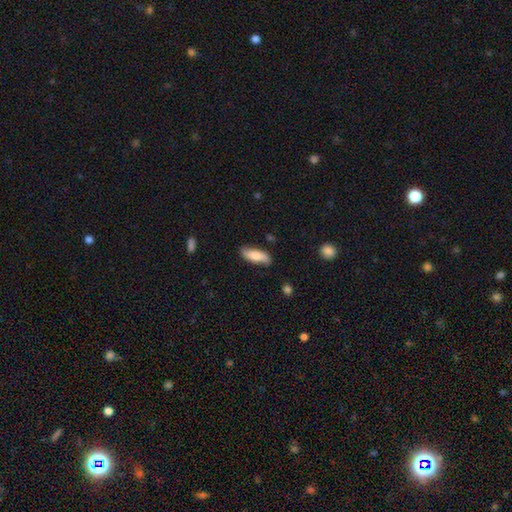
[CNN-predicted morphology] Overall: smooth (71%). How rounded: in between (64%; cigar-shaped 34%). Merging: none (79%).